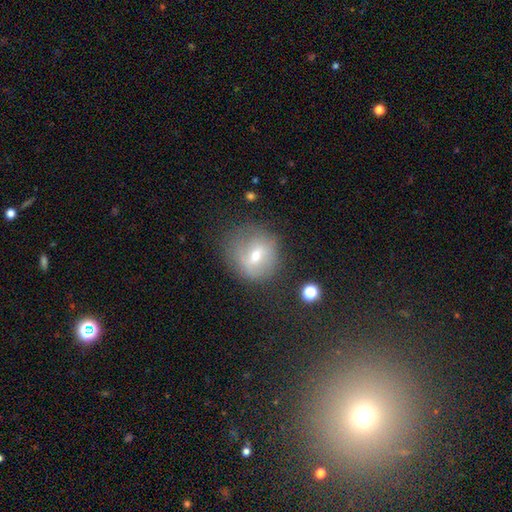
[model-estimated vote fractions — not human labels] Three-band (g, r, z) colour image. It shows a smooth galaxy with no disk features (46%). Merging: none (63%).